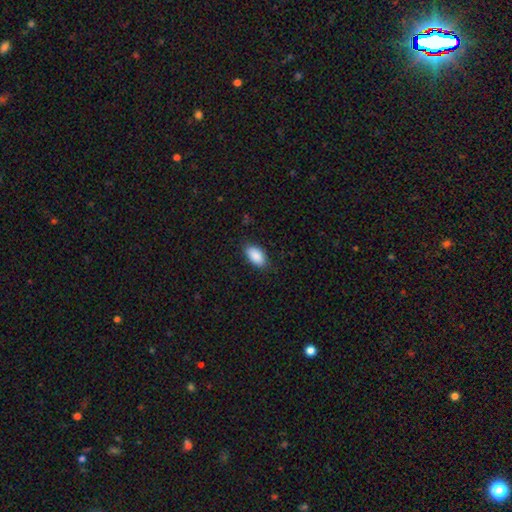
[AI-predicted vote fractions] The model was most divided on "merging": none: 86%, minor disturbance: 11%, major disturbance: 3%, merger: 1%. More confident: how rounded — in between (94%); smooth or featured — smooth (89%).